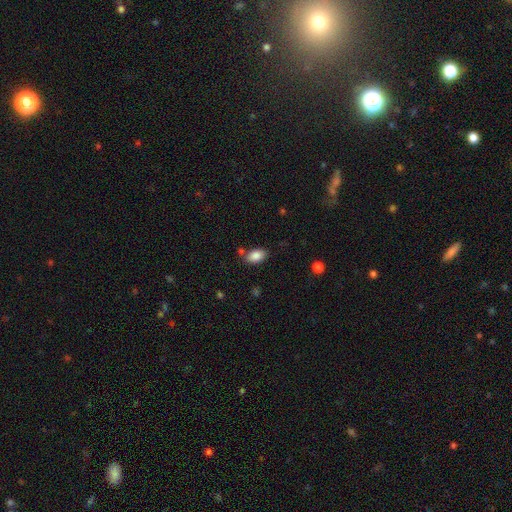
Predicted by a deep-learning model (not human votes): Morphology: type=smooth (87%); roundness=in between (90%); merging=none (73%).